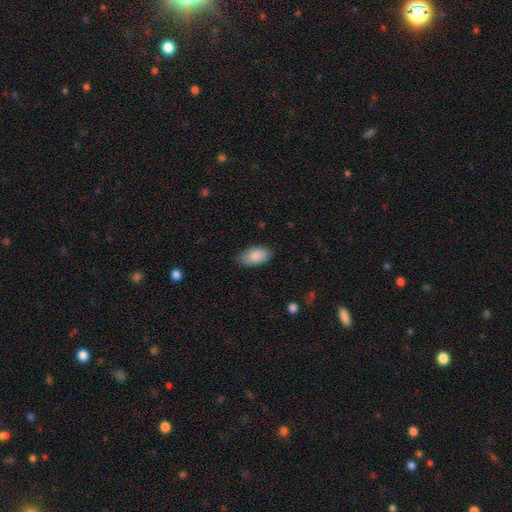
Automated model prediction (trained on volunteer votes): Morphology: type=smooth (88%); roundness=in between (94%); merging=none (79%).